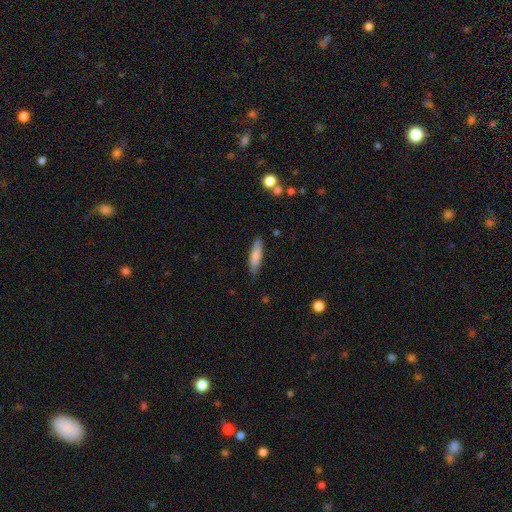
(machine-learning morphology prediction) A smooth galaxy with no disk features (78%) that is cigar-shaped (74%). Merging: none (83%).